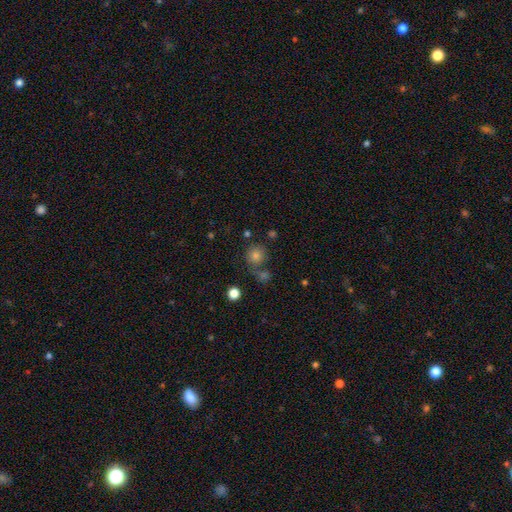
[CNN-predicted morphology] smooth 74%, star or artifact 17%, featured or disk 9%. Down the decision tree: how rounded — round (91%); merging — none (69%).